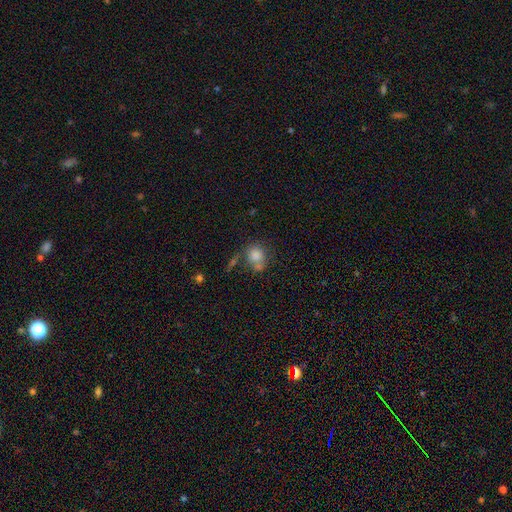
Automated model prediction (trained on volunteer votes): A smooth galaxy with no disk features (78%) that is round (73%). Merging: none (49%).